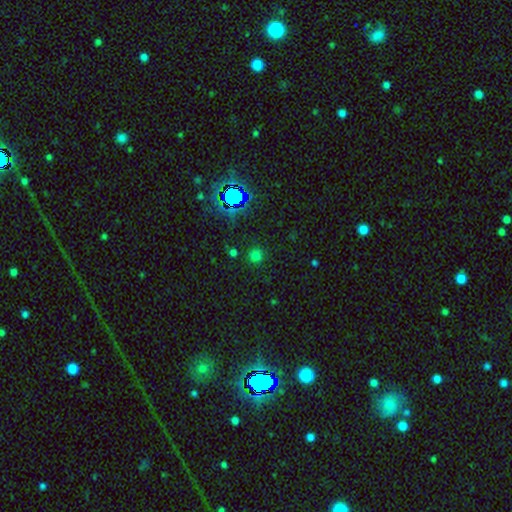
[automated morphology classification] A smooth galaxy with no disk features (68%) that is round (93%). Merging: none (88%).